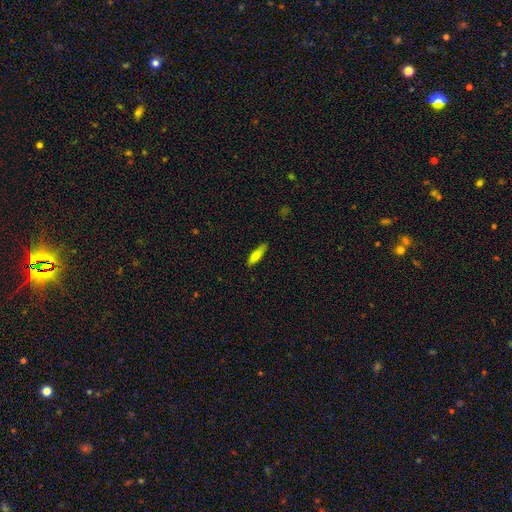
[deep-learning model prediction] This appears to be a smooth galaxy with no disk features (75%) that is cigar-shaped (62%). Merging: none (81%).